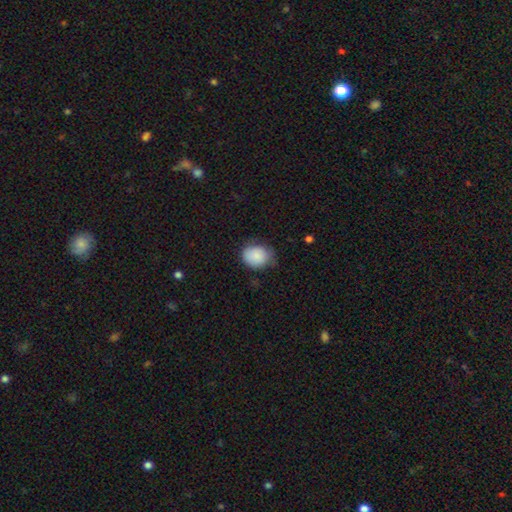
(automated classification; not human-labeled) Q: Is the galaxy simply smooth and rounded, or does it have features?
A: smooth — 87%.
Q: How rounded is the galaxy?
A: round — 61%.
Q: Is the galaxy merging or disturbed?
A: none — 60%.